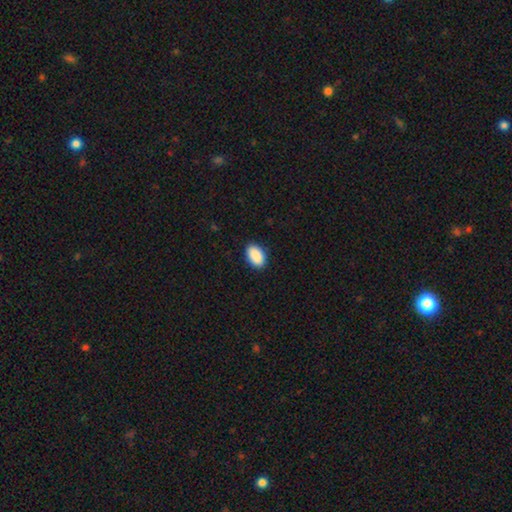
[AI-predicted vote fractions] Smooth or featured?
  - smooth: 91% *
  - star or artifact: 6%
  - featured or disk: 2%
How rounded?
  - in between: 92% *
  - round: 7%
  - cigar-shaped: 1%
Merging?
  - none: 90% *
  - minor disturbance: 8%
  - major disturbance: 2%
  - merger: 1%